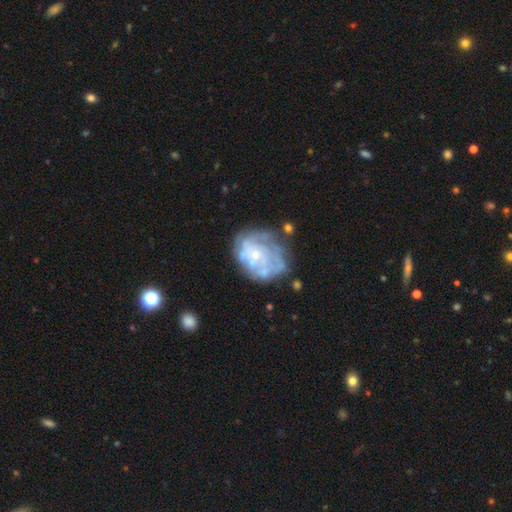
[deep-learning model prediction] A featured or disk galaxy (71%) with no bar (84%), no spiral arms (50%, tied with yes) and a small central bulge (70%). Merging: none (51%).